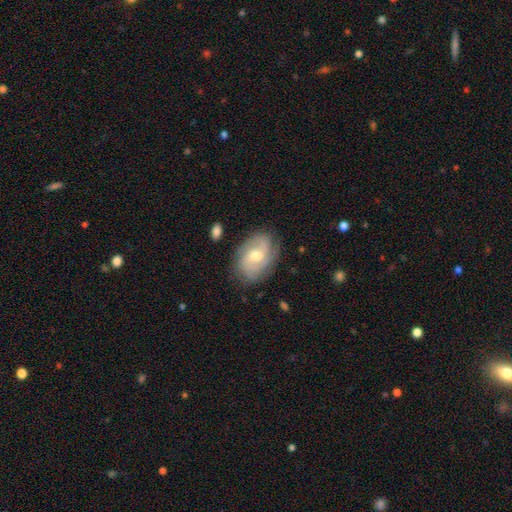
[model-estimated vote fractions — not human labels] A featured or disk galaxy (75%) with no bar (56%), 2 (37%) tight (44%) spiral arms (93%) and a moderate central bulge (62%). Merging: none (76%).